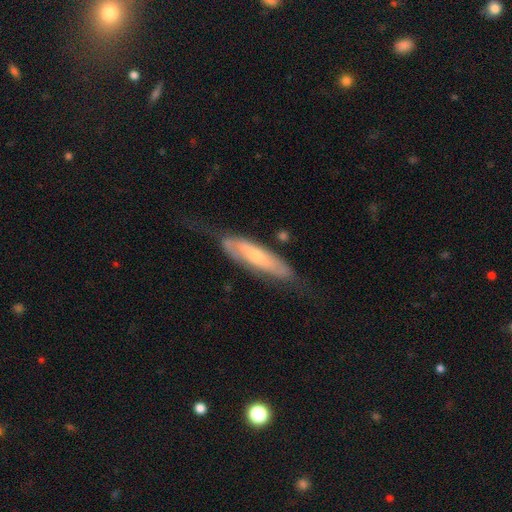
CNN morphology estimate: featured or disk 58%, smooth 36%, star or artifact 6%. Down the decision tree: edge-on disk — no (57%); merging — none (54%).